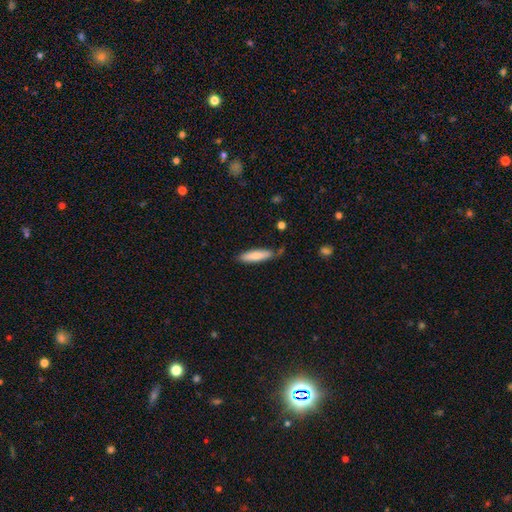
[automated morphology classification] Q: Smooth or featured?
A: smooth (78%); runner-up: featured or disk (16%)
Q: How rounded?
A: cigar-shaped (73%); runner-up: in between (26%)
Q: Merging?
A: none (77%); runner-up: minor disturbance (16%)